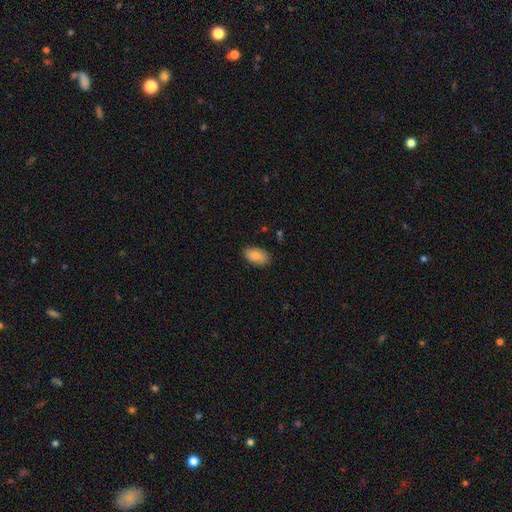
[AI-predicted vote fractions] smooth 86%, featured or disk 7%, star or artifact 7%. Down the decision tree: how rounded — in between (93%); merging — none (84%).